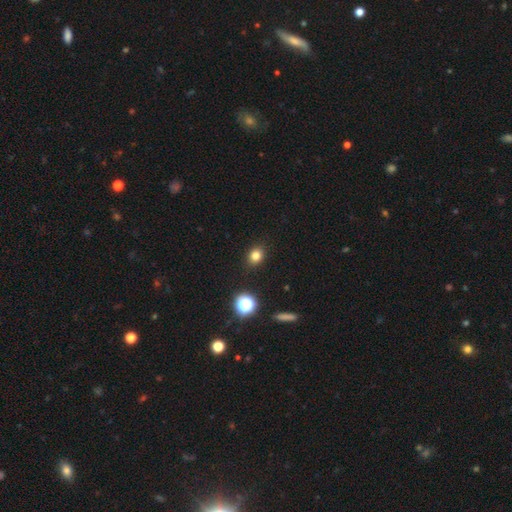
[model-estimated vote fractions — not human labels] Smooth or featured: smooth — 79% (star or artifact — 15%)
How rounded: round — 66% (in between — 33%)
Merging: none — 90% (minor disturbance — 7%)